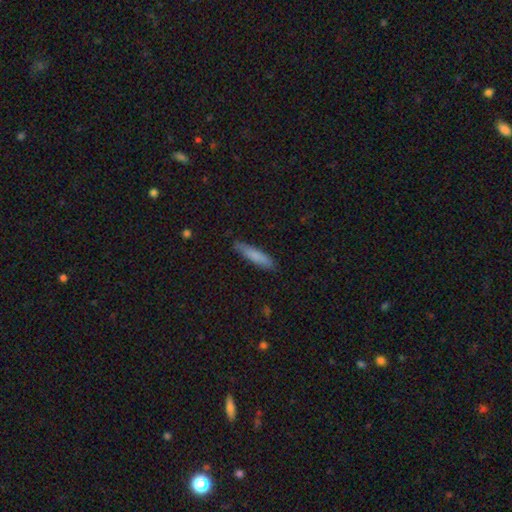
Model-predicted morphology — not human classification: smooth_or_featured: smooth (p=0.80) [alt: featured or disk p=0.15]
how_rounded: cigar-shaped (p=0.86) [alt: in between p=0.13]
merging: none (p=0.83) [alt: minor disturbance p=0.14]